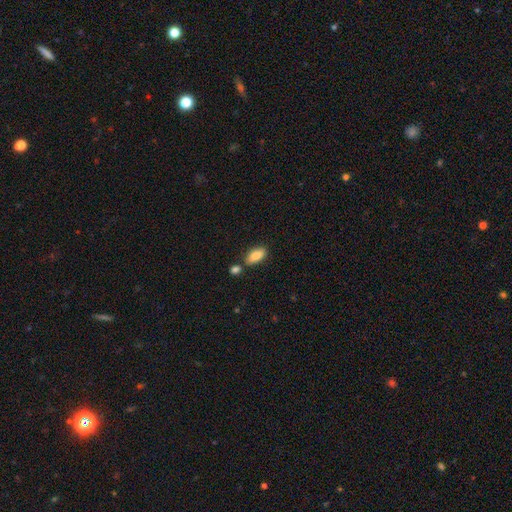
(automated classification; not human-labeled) smooth 86%, featured or disk 8%, star or artifact 7%. Down the decision tree: how rounded — in between (87%); merging — none (71%).